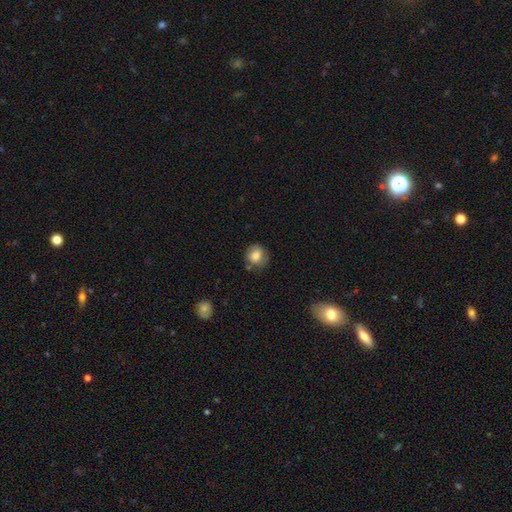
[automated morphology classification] smooth-or-featured: smooth: 79% | featured or disk: 12% | star or artifact: 9%
  how-rounded: round: 83% | in between: 16% | cigar-shaped: 1%
  merging: none: 69% | minor disturbance: 21% | merger: 5% | major disturbance: 5%